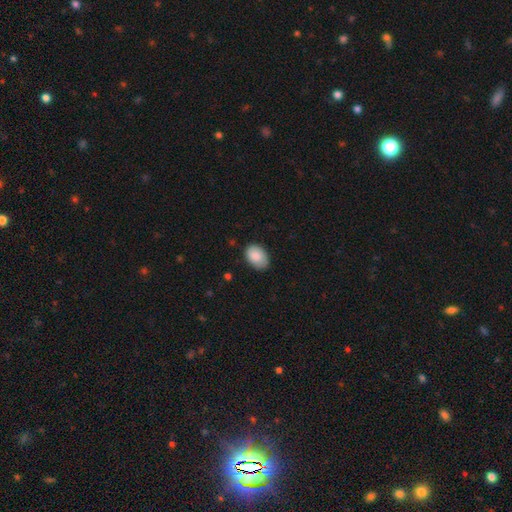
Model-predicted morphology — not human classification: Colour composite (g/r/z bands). It shows a smooth galaxy with no disk features (87%) that is in between round and cigar-shaped (84%). Merging: none (74%).